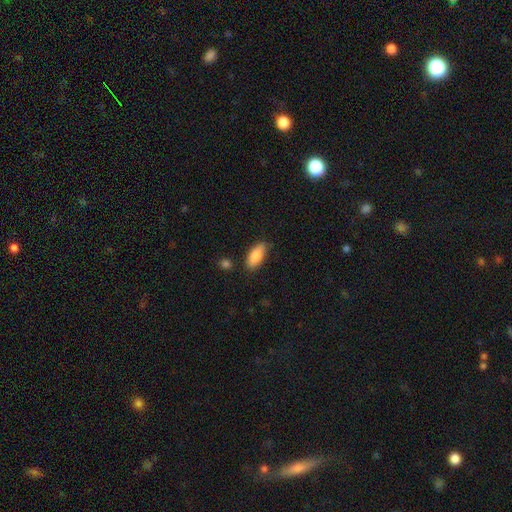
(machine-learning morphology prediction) This appears to be a smooth galaxy with no disk features (82%) that is in between round and cigar-shaped (83%). Merging: none (80%).